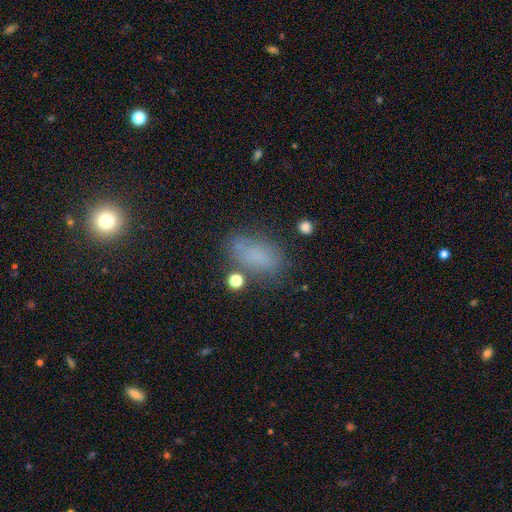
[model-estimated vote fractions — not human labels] The model was most divided on "merging": none: 63%, minor disturbance: 22%, major disturbance: 10%, merger: 5%. More confident: how rounded — in between (89%); smooth or featured — smooth (71%).